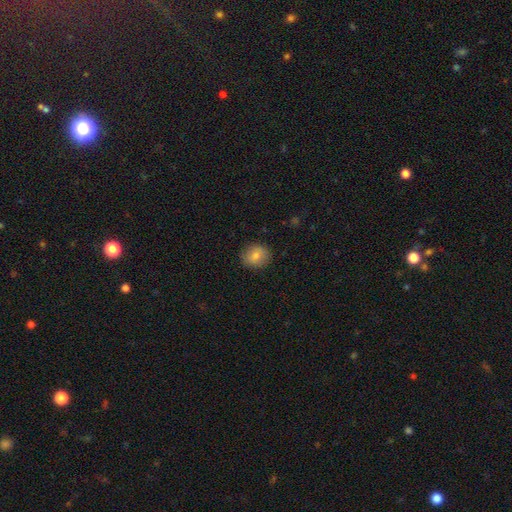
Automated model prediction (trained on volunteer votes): Q: Smooth or featured?
A: smooth (81%); runner-up: featured or disk (11%)
Q: How rounded?
A: round (64%); runner-up: in between (35%)
Q: Merging?
A: none (87%); runner-up: minor disturbance (9%)